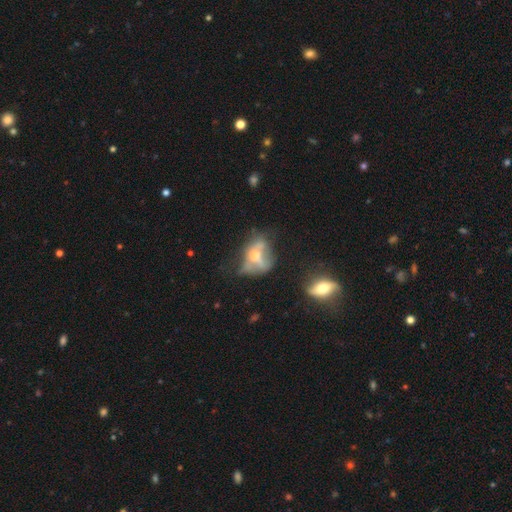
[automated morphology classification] A featured or disk galaxy (49%).

Vote fractions:
- Smooth or featured? featured or disk: 49% / smooth: 38% / star or artifact: 13%
- Merging? major disturbance: 31% / none: 27% / merger: 22% / minor disturbance: 20%